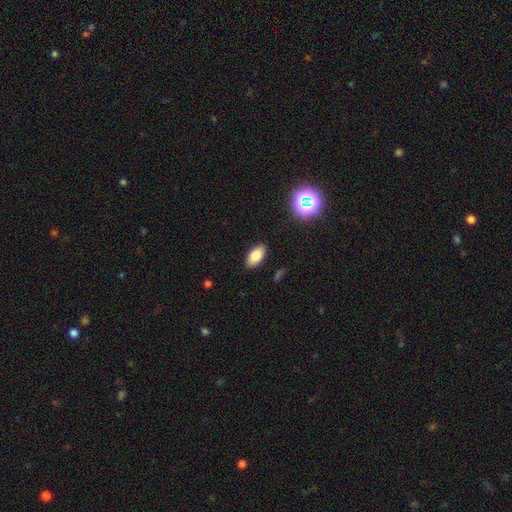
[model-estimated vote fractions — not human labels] Smooth or featured? Predicted: smooth (p=0.83). How rounded? Predicted: in between (p=0.92). Merging? Predicted: none (p=0.88).